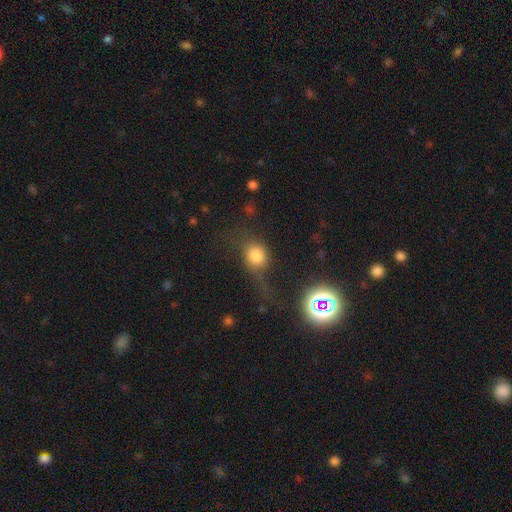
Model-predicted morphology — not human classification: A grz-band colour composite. It shows a smooth galaxy with no disk features (71%) that is round (65%). Merging: none (41%).